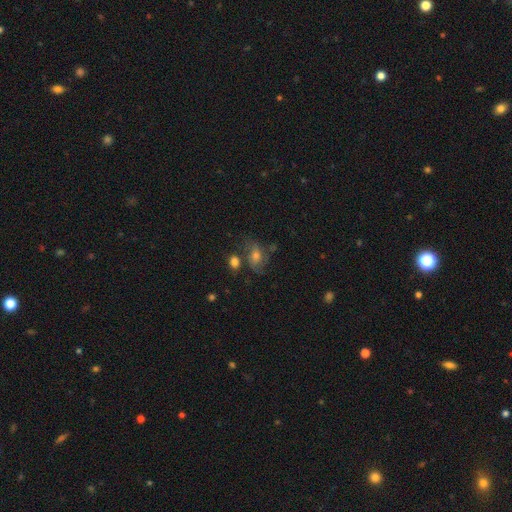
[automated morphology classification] Smooth or featured? Predicted: featured or disk (p=0.48). Merging? Predicted: none (p=0.52).